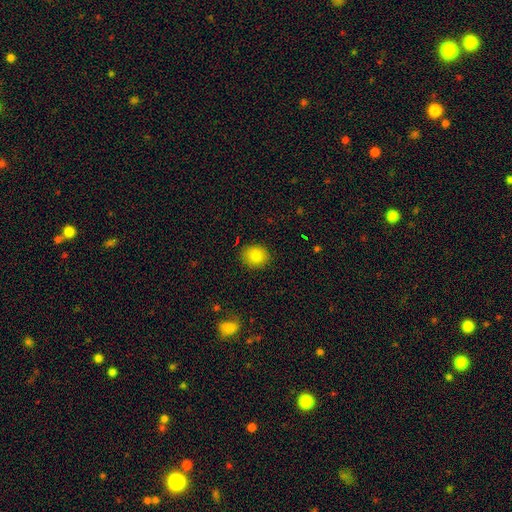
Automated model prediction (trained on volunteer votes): This appears to be a smooth galaxy with no disk features (84%) that is round (68%). Merging: none (88%).